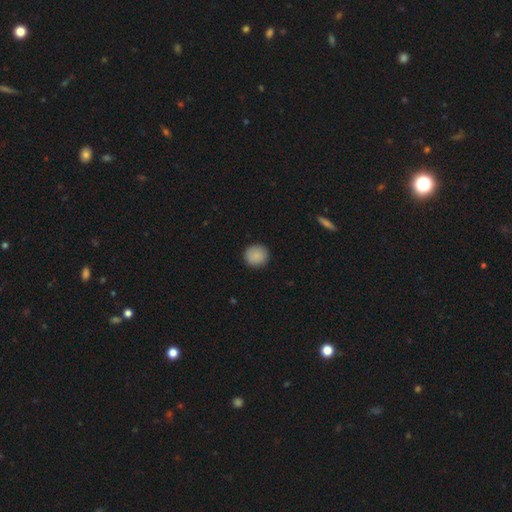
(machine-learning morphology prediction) smooth 89%, star or artifact 7%, featured or disk 3%. Down the decision tree: how rounded — round (92%); merging — none (91%).